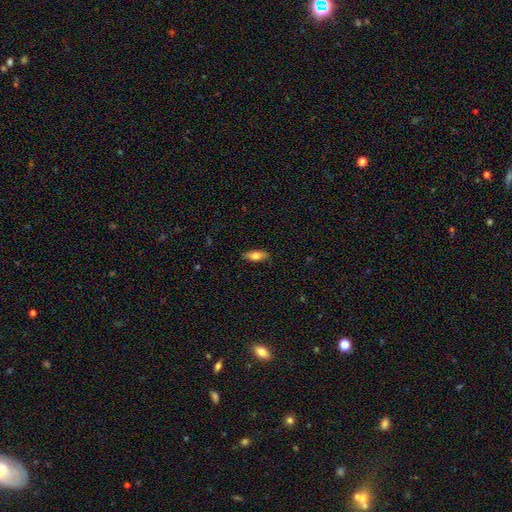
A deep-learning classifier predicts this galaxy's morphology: This appears to be a smooth galaxy with no disk features (77%) that is in between round and cigar-shaped (77%). Merging: none (85%).